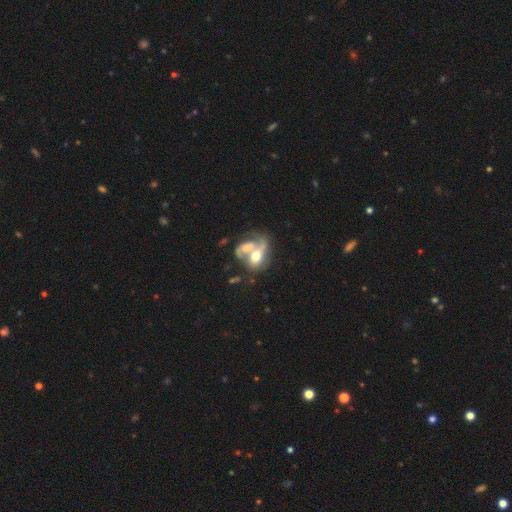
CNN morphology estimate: A featured or disk galaxy (54%) with no bar (71%), no spiral arms (50%, tied with yes) and a moderate central bulge (54%).

Vote fractions:
- Smooth or featured? featured or disk: 54% / smooth: 39% / star or artifact: 8%
- Edge-on disk? no: 96% / yes: 4%
- Bar? no: 71% / weak: 22% / strong: 7%
- Spiral arms? no: 50% (tied) / yes: 50% (tied)
- Bulge size? moderate: 54% / large: 25% / small: 12% / none: 6% / dominant: 3%
- Merging? merger: 74% / major disturbance: 10% / none: 10% / minor disturbance: 6%